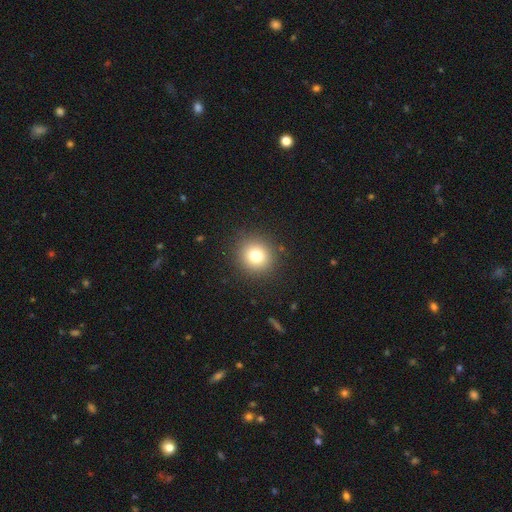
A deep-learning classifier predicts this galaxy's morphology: Overall: smooth (78%). How rounded: round (91%). Merging: none (90%).